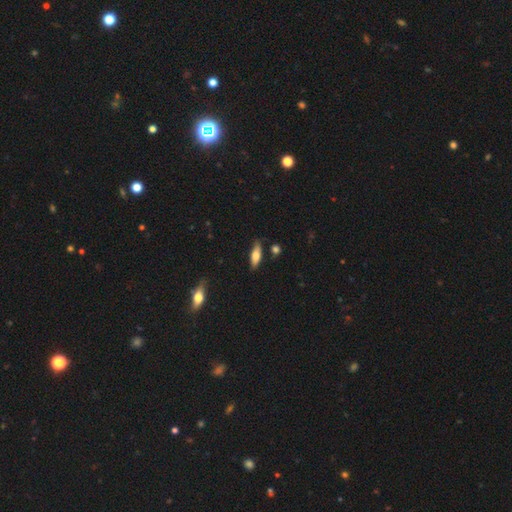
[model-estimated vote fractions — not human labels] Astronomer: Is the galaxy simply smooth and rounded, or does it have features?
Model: smooth — 68%.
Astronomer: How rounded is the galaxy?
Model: in between — 60% (runner-up: cigar-shaped, 38%).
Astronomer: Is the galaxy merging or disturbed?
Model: none — 79%.